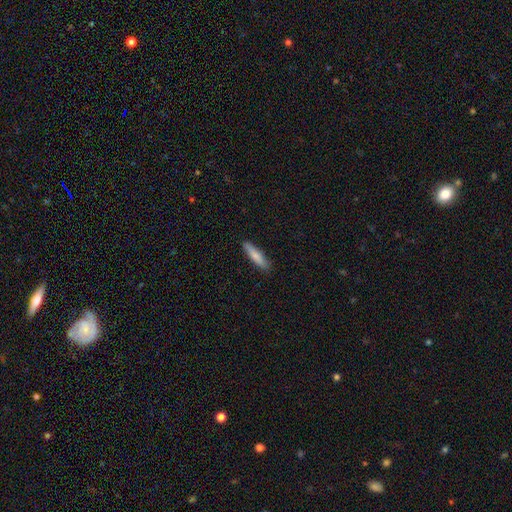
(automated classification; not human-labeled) A smooth galaxy with no disk features (79%) that is cigar-shaped (81%).

Vote fractions:
- Smooth or featured? smooth: 79% / featured or disk: 16% / star or artifact: 6%
- How rounded? cigar-shaped: 81% / in between: 18% / round: 1%
- Merging? none: 88% / minor disturbance: 9% / major disturbance: 2% / merger: 1%